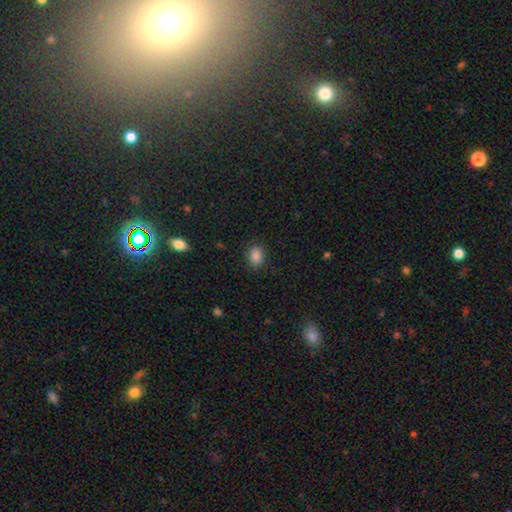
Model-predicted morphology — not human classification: type=smooth (87%); roundness=in between (67%); merging=none (87%).